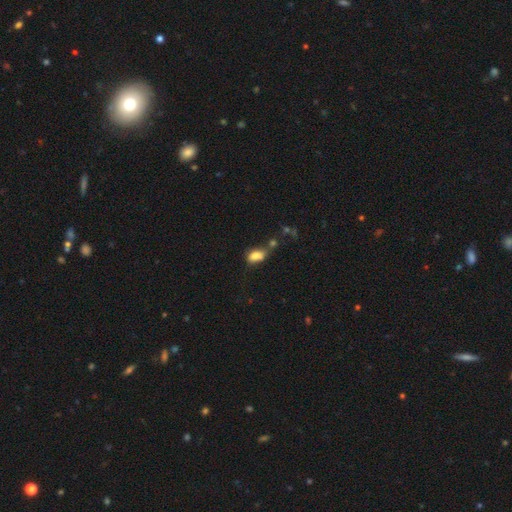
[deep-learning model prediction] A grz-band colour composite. It shows a smooth galaxy with no disk features (76%) that is in between round and cigar-shaped (83%). Merging: none (34%).